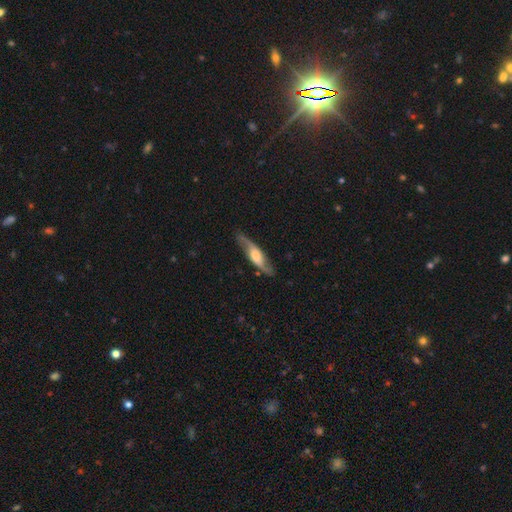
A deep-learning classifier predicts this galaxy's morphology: Smooth or featured?
  - featured or disk: 71% *
  - smooth: 24%
  - star or artifact: 5%
Edge-on disk?
  - no: 53% *
  - yes: 47%
Merging?
  - none: 81% *
  - minor disturbance: 14%
  - major disturbance: 4%
  - merger: 1%